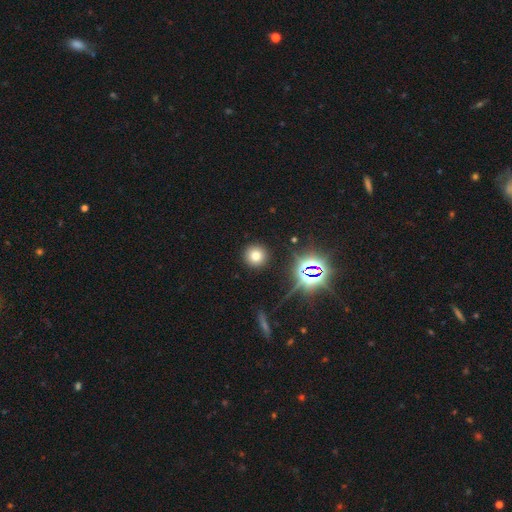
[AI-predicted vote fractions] The model was most divided on "smooth or featured": smooth: 70%, star or artifact: 21%, featured or disk: 9%. More confident: how rounded — round (94%); merging — none (91%).